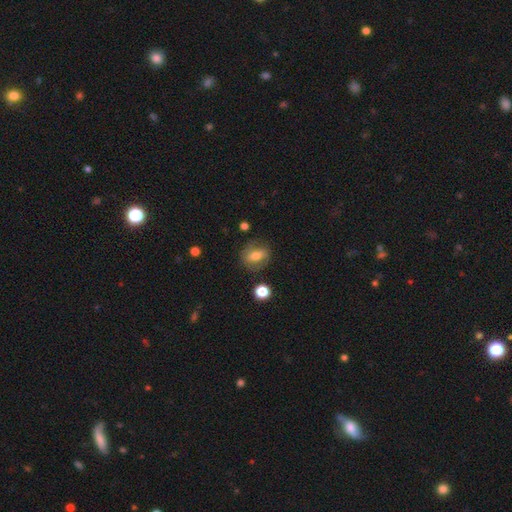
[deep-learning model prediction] Smooth or featured?
  - smooth: 49% *
  - featured or disk: 42%
  - star or artifact: 9%
Merging?
  - none: 72% *
  - minor disturbance: 17%
  - major disturbance: 8%
  - merger: 3%